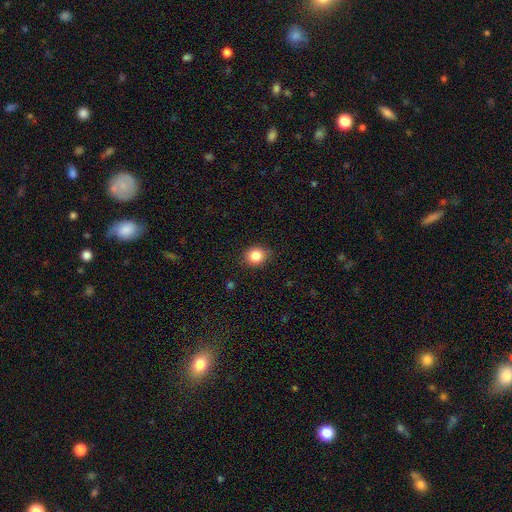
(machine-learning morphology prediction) smooth 85%, star or artifact 10%, featured or disk 5%. Down the decision tree: how rounded — round (75%); merging — none (87%).